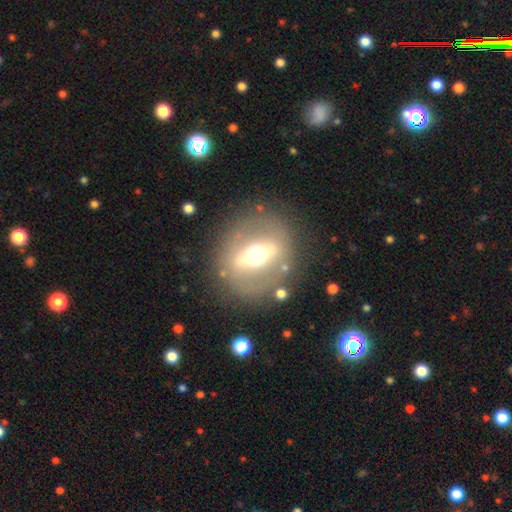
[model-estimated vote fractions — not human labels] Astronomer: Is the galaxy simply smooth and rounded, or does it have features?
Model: featured or disk — 69%.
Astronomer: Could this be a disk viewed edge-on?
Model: no — 68%.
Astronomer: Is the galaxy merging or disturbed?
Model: none — 81%.